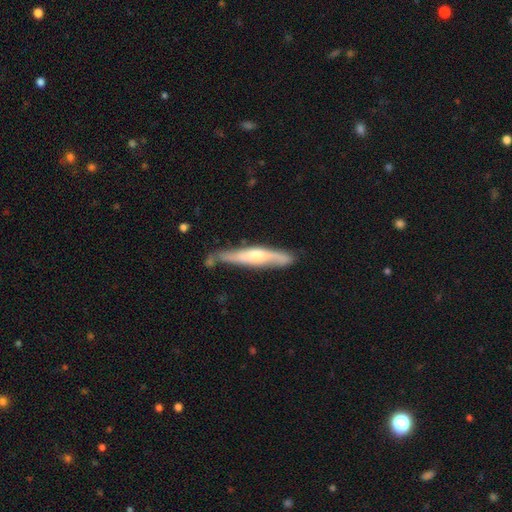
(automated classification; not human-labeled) Q: Smooth or featured?
A: featured or disk (58%); runner-up: smooth (37%)
Q: Edge-on disk?
A: yes (78%); runner-up: no (22%)
Q: Merging?
A: none (65%); runner-up: minor disturbance (24%)